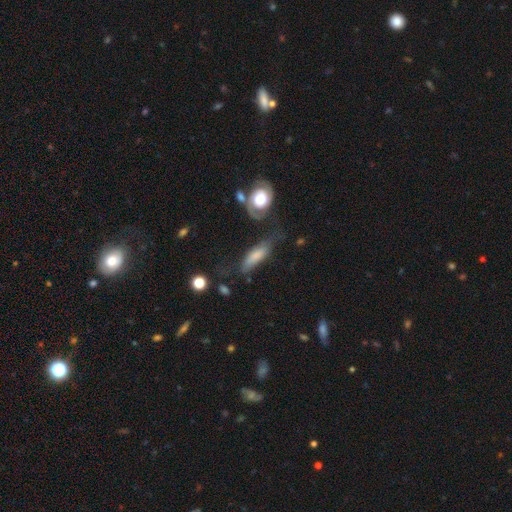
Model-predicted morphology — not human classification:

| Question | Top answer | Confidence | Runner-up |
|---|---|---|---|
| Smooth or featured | smooth | 65% | featured or disk (27%) |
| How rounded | cigar-shaped | 50% | in between (46%) |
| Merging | none | 48% | minor disturbance (26%) |